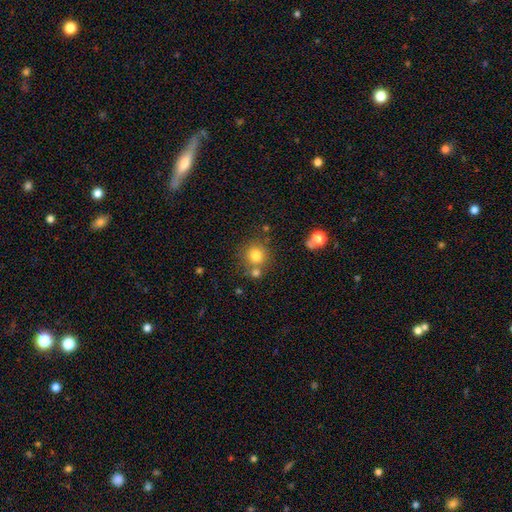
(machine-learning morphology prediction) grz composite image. It shows a smooth galaxy with no disk features (79%) that is round (91%). Merging: none (68%).